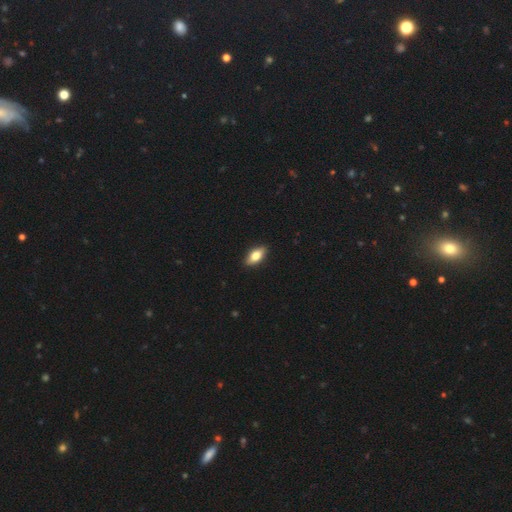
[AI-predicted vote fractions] Morphology: type=smooth (73%); roundness=in between (84%); merging=none (89%).